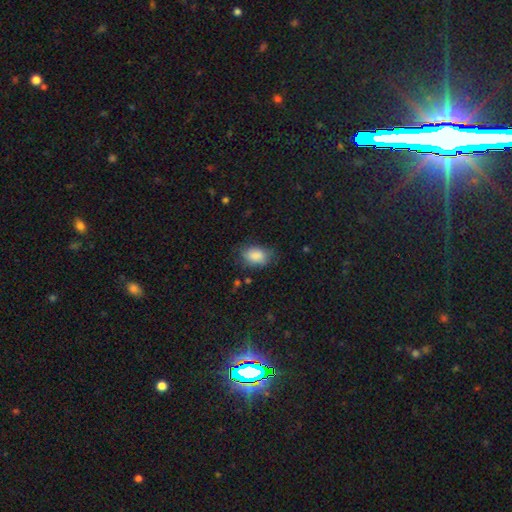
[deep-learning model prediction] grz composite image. It shows a smooth galaxy with no disk features (84%) that is in between round and cigar-shaped (85%). Merging: none (65%).